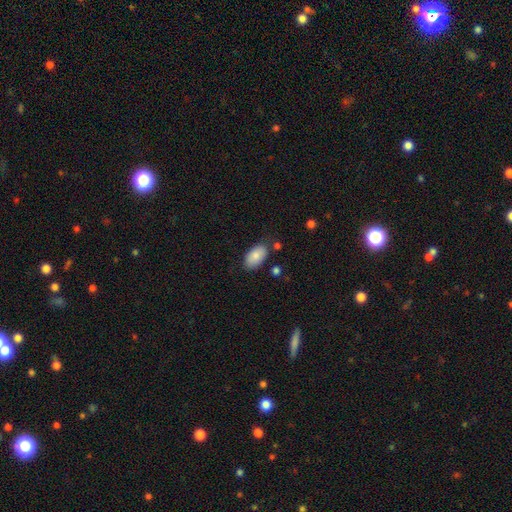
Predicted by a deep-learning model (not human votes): This appears to be a smooth galaxy with no disk features (84%) that is in between round and cigar-shaped (95%). Merging: none (79%).